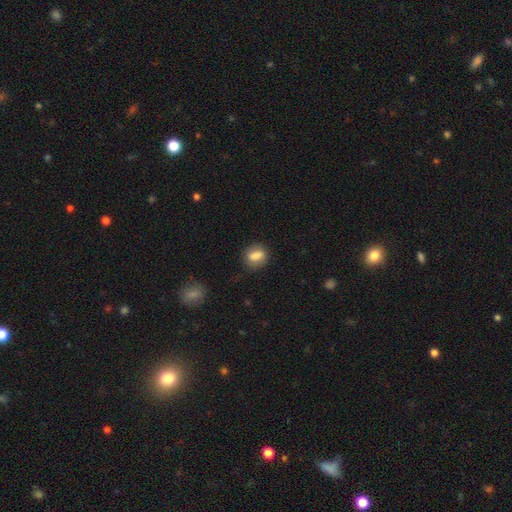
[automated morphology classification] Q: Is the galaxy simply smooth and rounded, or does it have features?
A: smooth — 77%.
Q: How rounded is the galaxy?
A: in between — 59%.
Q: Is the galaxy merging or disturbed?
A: none — 75%.